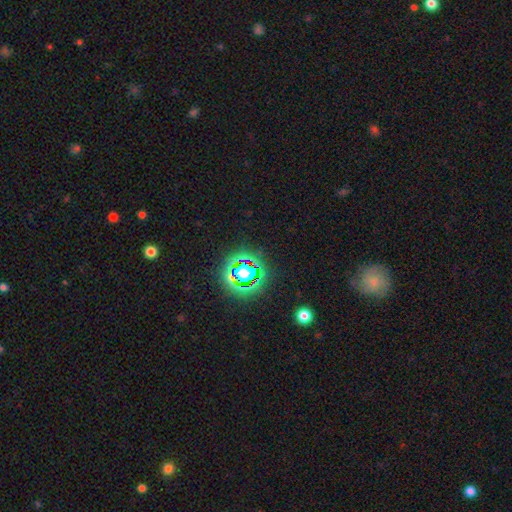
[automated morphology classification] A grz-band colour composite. It shows a star or artifact, not a galaxy (76%).